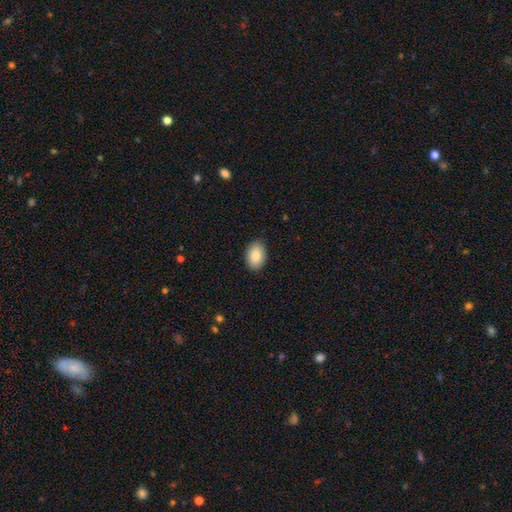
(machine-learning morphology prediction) Q: Smooth or featured?
A: smooth (88%); runner-up: star or artifact (7%)
Q: How rounded?
A: in between (88%); runner-up: round (10%)
Q: Merging?
A: none (88%); runner-up: minor disturbance (9%)